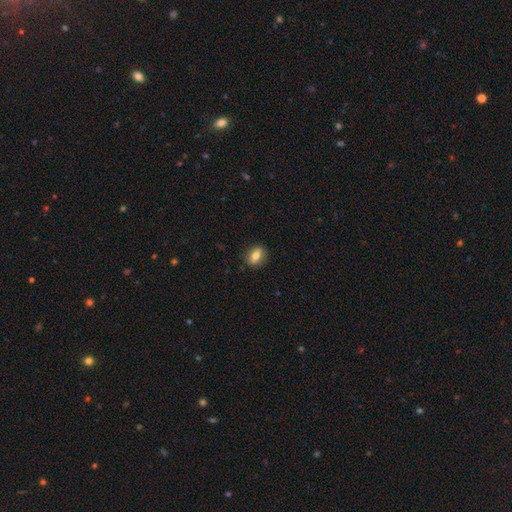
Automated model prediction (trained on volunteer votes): A smooth galaxy with no disk features (72%) that is in between round and cigar-shaped (65%). Merging: none (85%).